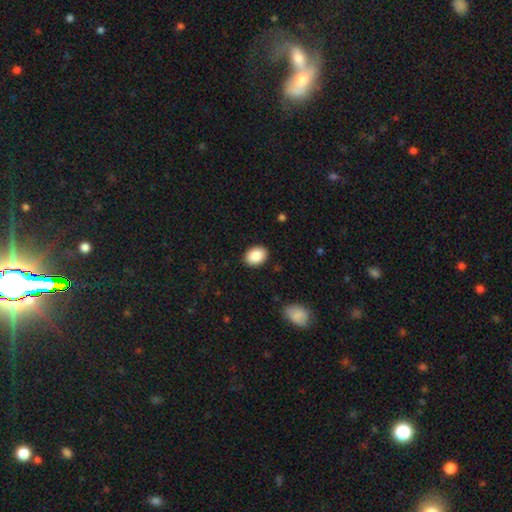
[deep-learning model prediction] Morphology: type=smooth (88%); roundness=in between (72%); merging=none (89%).